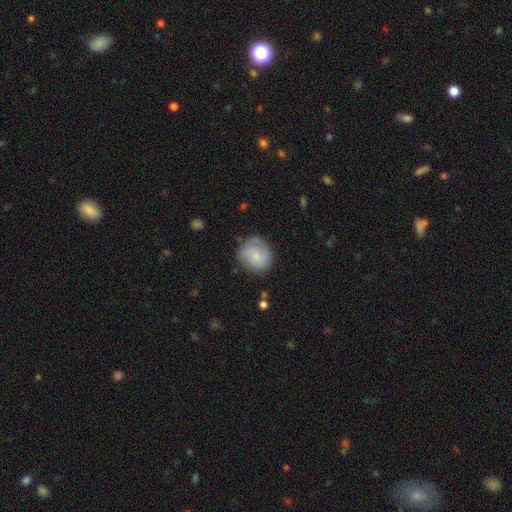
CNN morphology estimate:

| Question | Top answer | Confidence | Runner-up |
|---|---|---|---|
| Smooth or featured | smooth | 65% | featured or disk (28%) |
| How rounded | round | 79% | in between (20%) |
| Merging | none | 66% | minor disturbance (23%) |